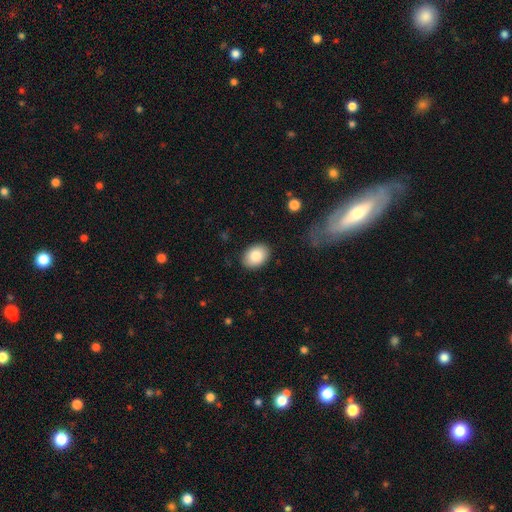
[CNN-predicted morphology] A smooth galaxy with no disk features (84%) that is in between round and cigar-shaped (77%).

Vote fractions:
- Smooth or featured? smooth: 84% / featured or disk: 9% / star or artifact: 7%
- How rounded? in between: 77% / round: 22% / cigar-shaped: 1%
- Merging? none: 88% / minor disturbance: 9% / major disturbance: 2% / merger: 1%